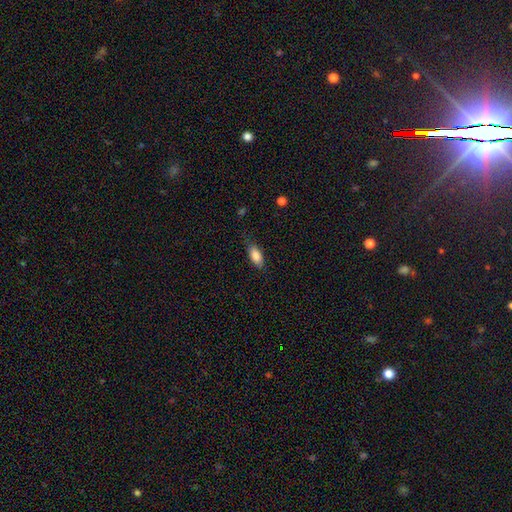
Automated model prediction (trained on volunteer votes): This appears to be a smooth galaxy with no disk features (85%) that is in between round and cigar-shaped (86%). Merging: none (78%).